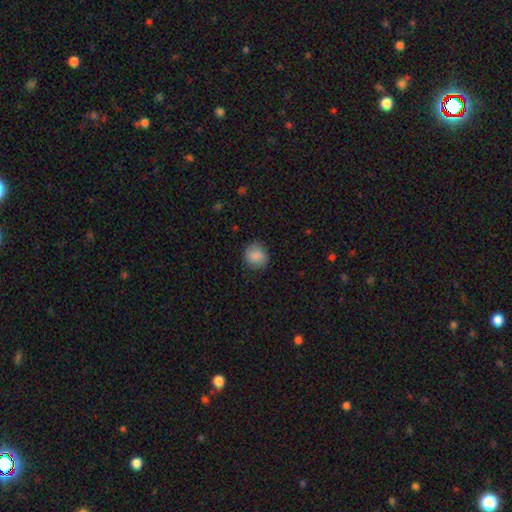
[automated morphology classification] type=smooth (86%); roundness=round (87%); merging=none (85%).